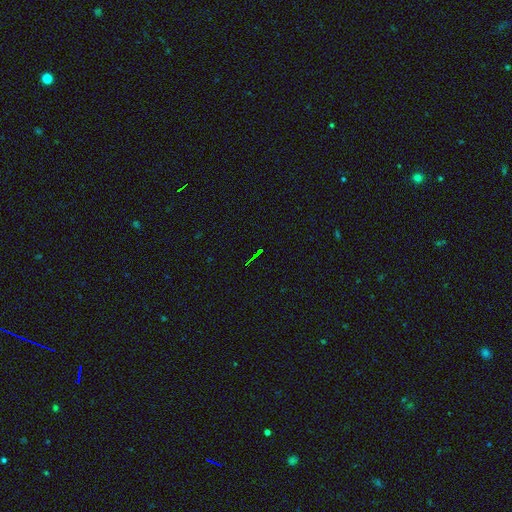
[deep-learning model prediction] Smooth or featured: star or artifact — 75% (featured or disk — 13%)